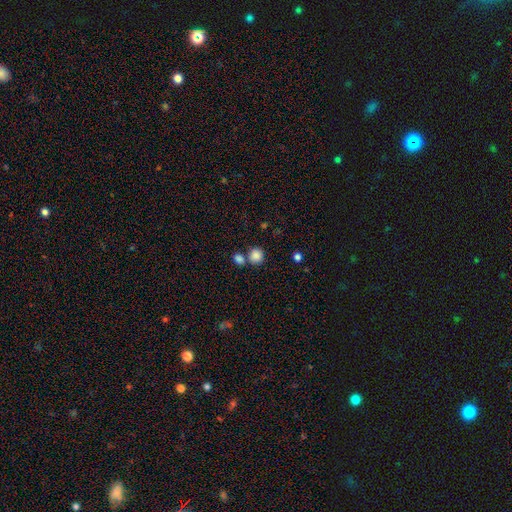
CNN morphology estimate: Smooth or featured: smooth — 85% (star or artifact — 10%)
How rounded: round — 86% (in between — 13%)
Merging: none — 61% (merger — 26%)